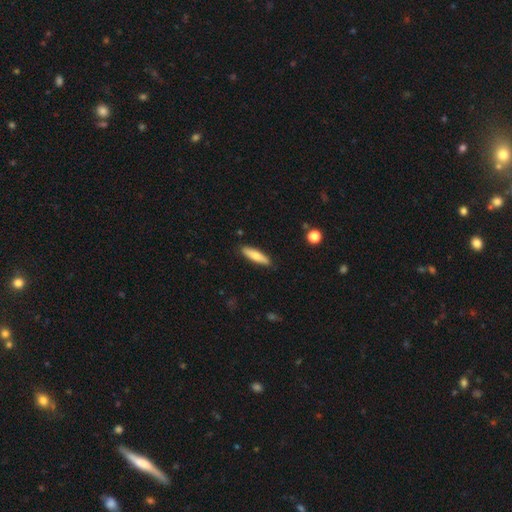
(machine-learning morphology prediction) A smooth galaxy with no disk features (69%) that is cigar-shaped (73%). Merging: none (88%).